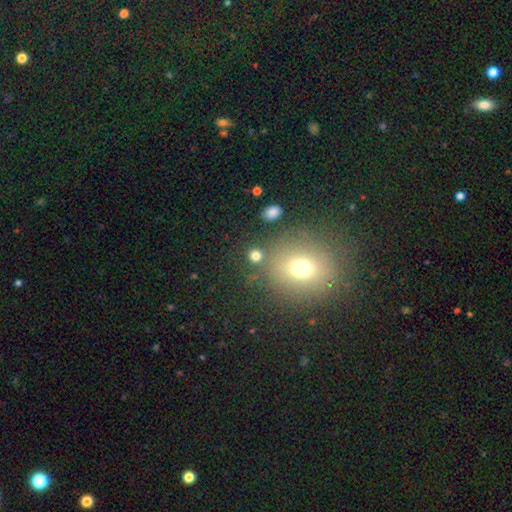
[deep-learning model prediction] Morphology: type=smooth (76%); roundness=round (86%); merging=none (79%).